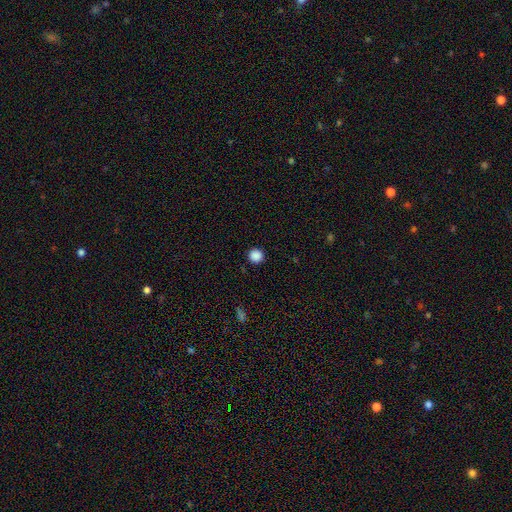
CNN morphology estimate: Q: Smooth or featured?
A: smooth (87%); runner-up: star or artifact (10%)
Q: How rounded?
A: round (94%); runner-up: in between (5%)
Q: Merging?
A: none (92%); runner-up: minor disturbance (5%)